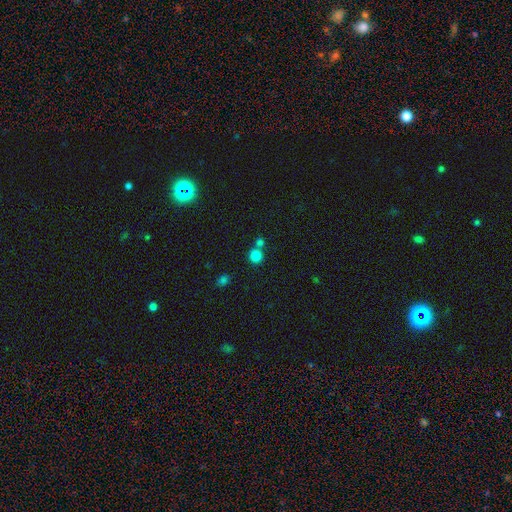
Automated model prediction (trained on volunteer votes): A smooth galaxy with no disk features (82%) that is round (91%). Merging: none (60%).